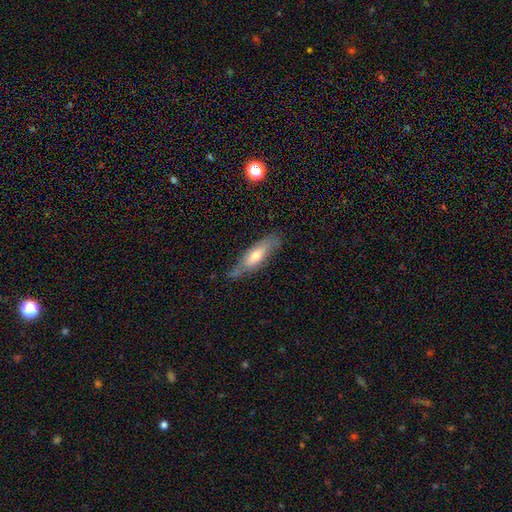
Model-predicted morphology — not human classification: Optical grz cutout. It shows a smooth galaxy with no disk features (48%). Merging: none (66%).